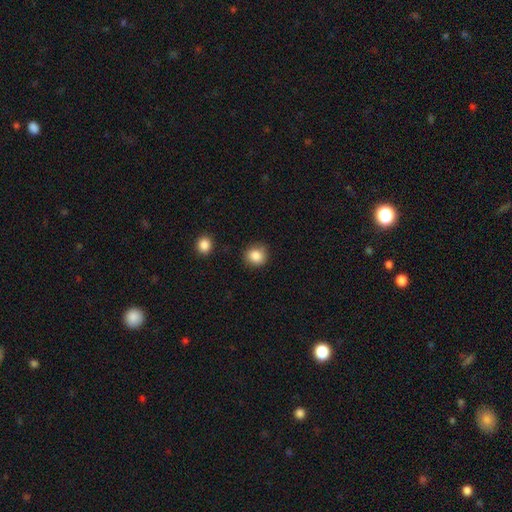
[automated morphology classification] Q: Smooth or featured?
A: smooth (86%); runner-up: star or artifact (10%)
Q: How rounded?
A: round (85%); runner-up: in between (14%)
Q: Merging?
A: none (82%); runner-up: minor disturbance (13%)